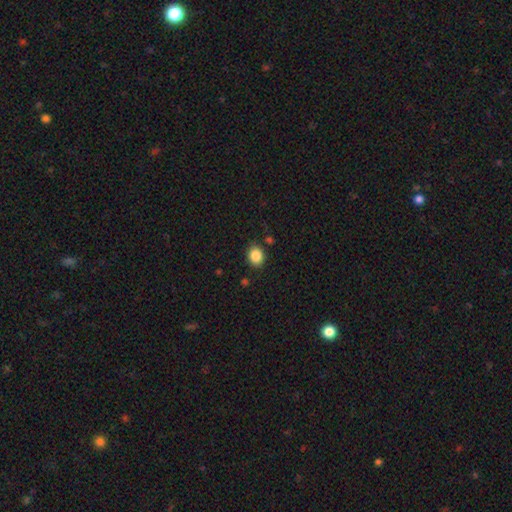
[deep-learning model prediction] The model was most divided on "how rounded": round: 59%, in between: 40%, cigar-shaped: 1%. More confident: smooth or featured — smooth (87%); merging — none (86%).